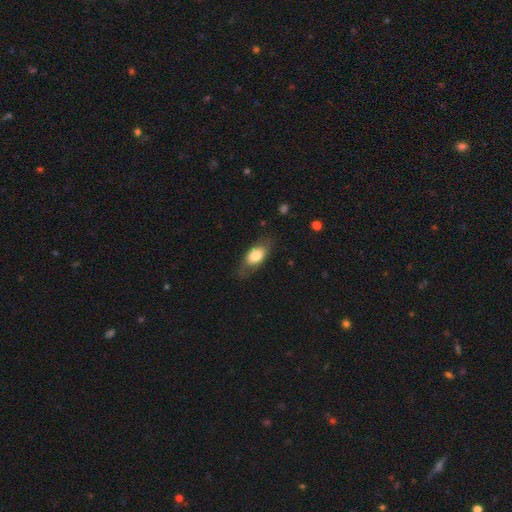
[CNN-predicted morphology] Overall: smooth (74%). How rounded: in between (86%). Merging: none (71%).